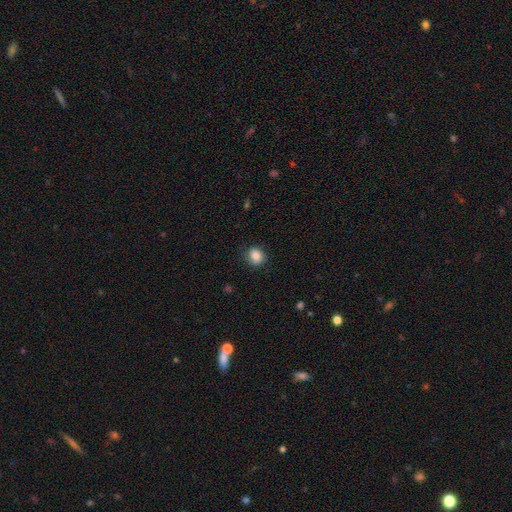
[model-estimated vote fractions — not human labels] This is clearly a smooth galaxy (85%). How rounded: likely round (68%). Merging: clearly none (83%).